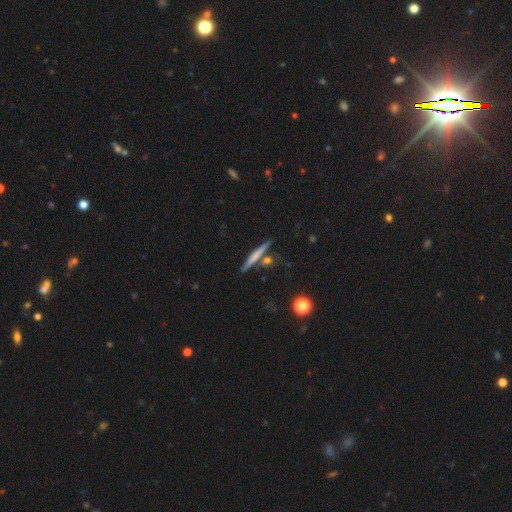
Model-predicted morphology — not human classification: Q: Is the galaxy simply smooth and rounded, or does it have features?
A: smooth — 51%.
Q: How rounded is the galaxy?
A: cigar-shaped — 93%.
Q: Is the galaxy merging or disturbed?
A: none — 81%.